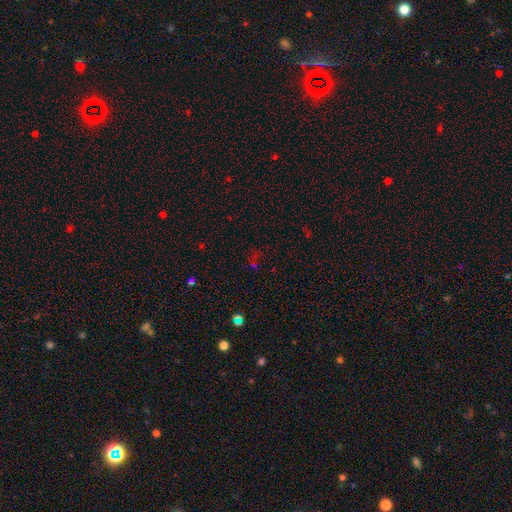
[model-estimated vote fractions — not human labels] A star or artifact, not a galaxy (59%).